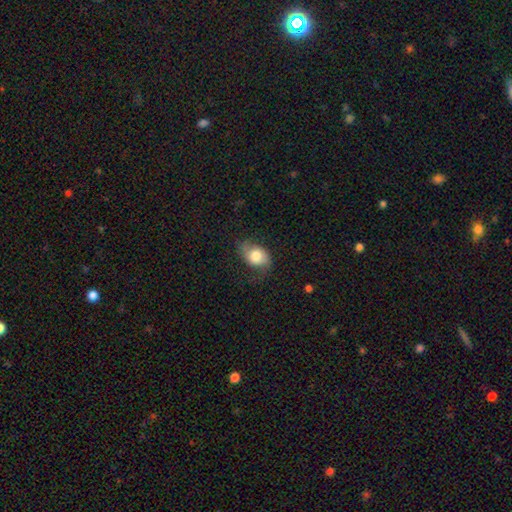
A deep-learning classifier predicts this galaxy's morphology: This appears to be a smooth galaxy with no disk features (66%) that is in between round and cigar-shaped (76%). Merging: none (58%).